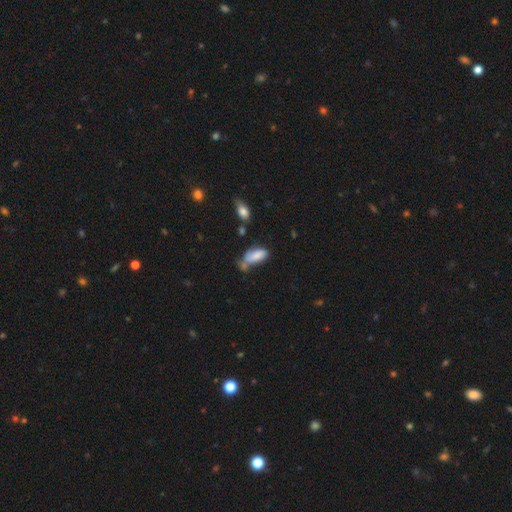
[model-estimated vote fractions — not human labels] smooth 77%, featured or disk 15%, star or artifact 8%. Down the decision tree: how rounded — in between (82%); merging — minor disturbance (31%, tied with none).